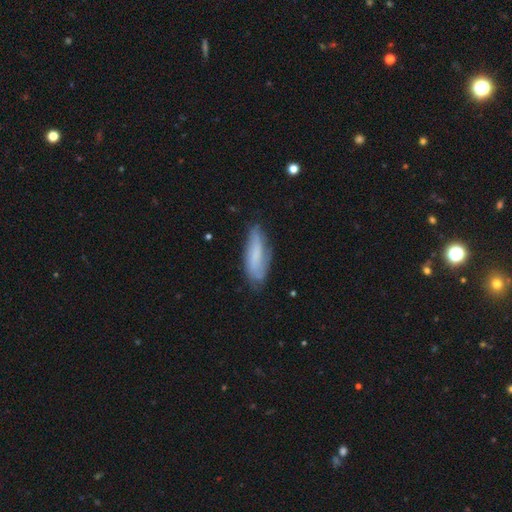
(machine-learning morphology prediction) smooth_or_featured: smooth (p=0.61) [alt: featured or disk p=0.32]
how_rounded: in between (p=0.54) [alt: cigar-shaped p=0.44]
merging: none (p=0.65) [alt: minor disturbance p=0.26]